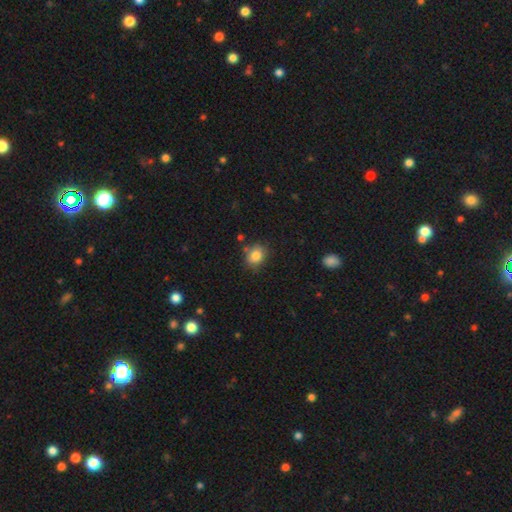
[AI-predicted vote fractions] The model was most divided on "how rounded": round: 54%, in between: 45%, cigar-shaped: 1%. More confident: smooth or featured — smooth (84%); merging — none (77%).